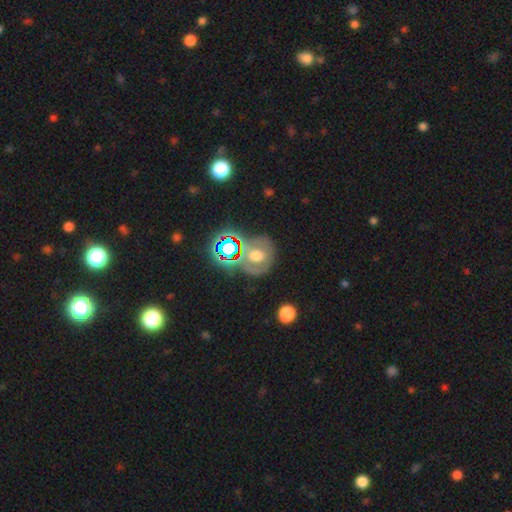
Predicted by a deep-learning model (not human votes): smooth_or_featured: smooth (p=0.39) [alt: featured or disk p=0.35]
merging: none (p=0.64) [alt: minor disturbance p=0.17]